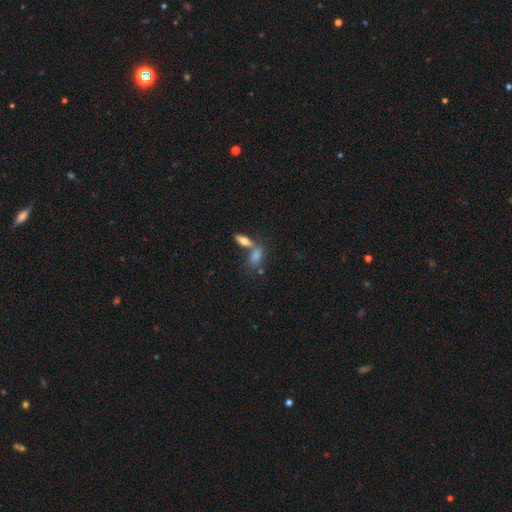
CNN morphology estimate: Overall: smooth (70%). How rounded: in between (74%). Merging: merger (45%; none 40%).